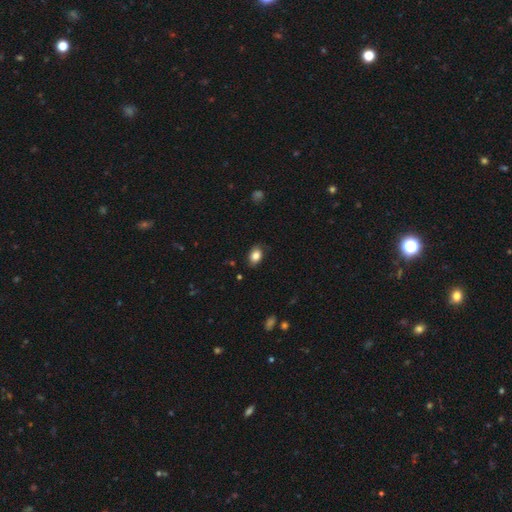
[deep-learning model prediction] This is clearly a smooth galaxy (85%). How rounded: clearly in between (82%). Merging: clearly none (80%).